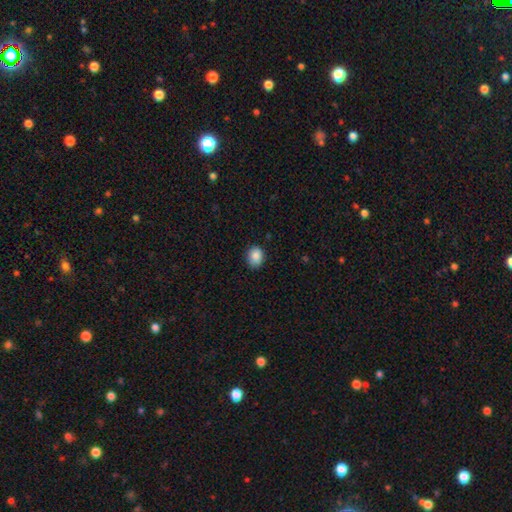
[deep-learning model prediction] Smooth or featured: smooth — 87% (star or artifact — 8%)
How rounded: round — 51% (in between — 48%)
Merging: none — 80% (minor disturbance — 16%)